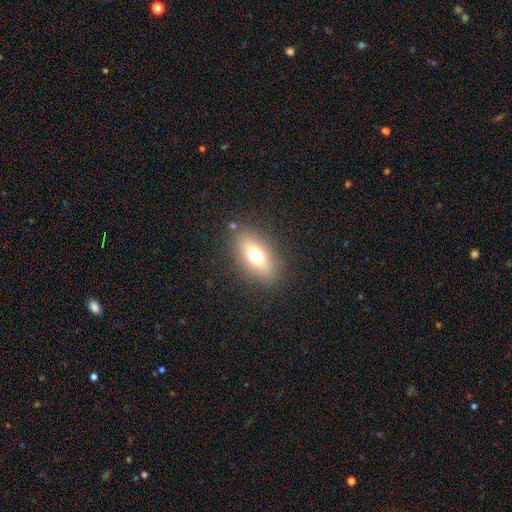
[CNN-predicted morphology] Smooth or featured: smooth — 62% (featured or disk — 27%)
How rounded: in between — 77% (cigar-shaped — 14%)
Merging: none — 85% (minor disturbance — 10%)